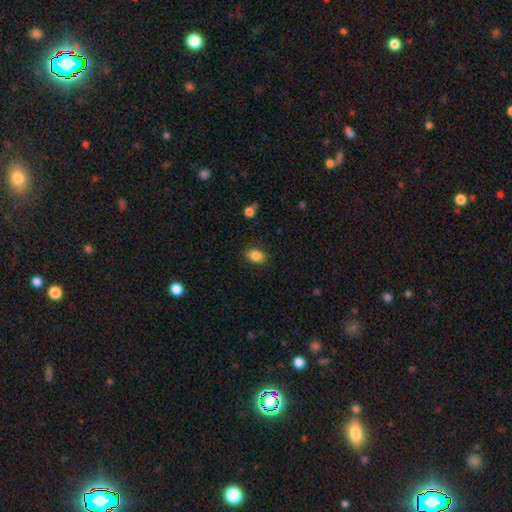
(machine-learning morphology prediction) Smooth or featured? smooth (87%)
How rounded? in between (83%)
Merging? none (85%)